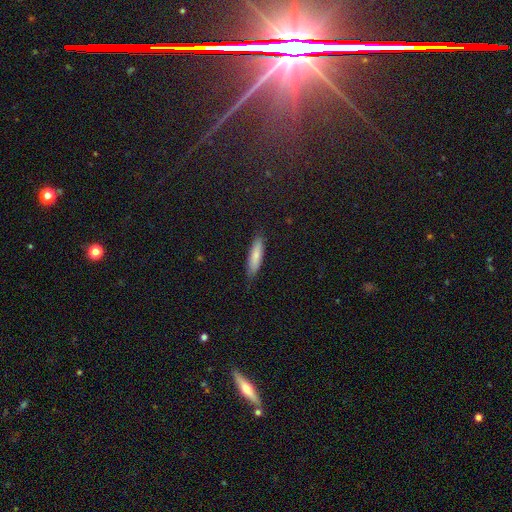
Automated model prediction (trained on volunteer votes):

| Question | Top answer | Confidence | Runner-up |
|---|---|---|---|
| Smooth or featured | smooth | 80% | featured or disk (14%) |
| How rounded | cigar-shaped | 72% | in between (26%) |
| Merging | none | 84% | minor disturbance (13%) |